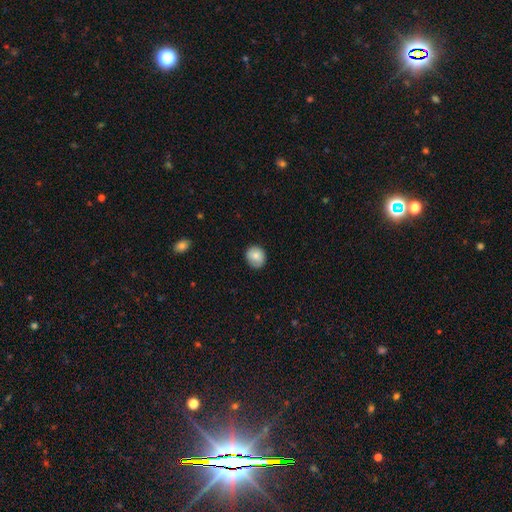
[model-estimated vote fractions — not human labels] A smooth galaxy with no disk features (79%) that is round (80%). Merging: none (83%).